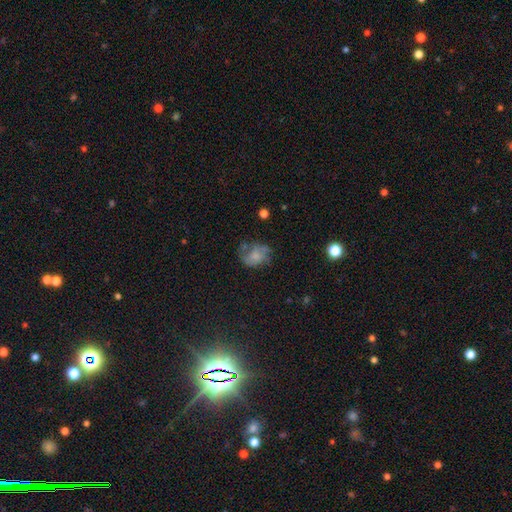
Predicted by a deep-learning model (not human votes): Overall: smooth (47%; featured or disk 41%). Merging: none (44%; minor disturbance 26%).